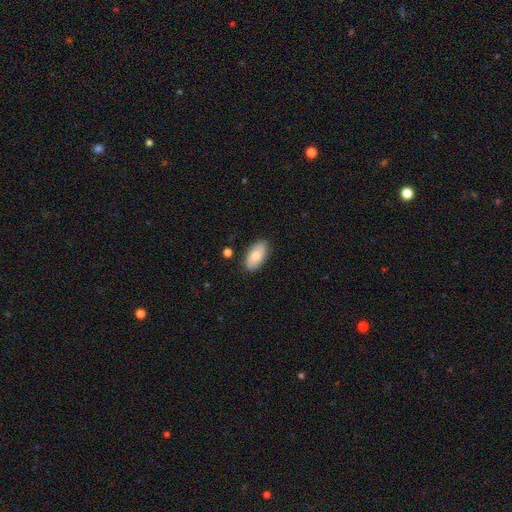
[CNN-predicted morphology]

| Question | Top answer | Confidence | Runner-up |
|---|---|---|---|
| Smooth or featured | smooth | 69% | featured or disk (25%) |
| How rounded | in between | 94% | round (3%) |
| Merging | none | 84% | minor disturbance (12%) |